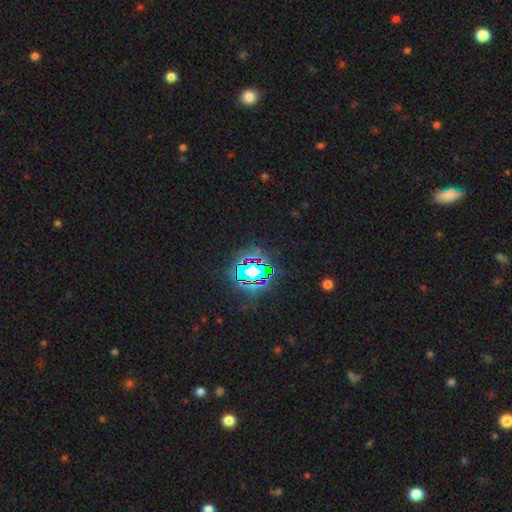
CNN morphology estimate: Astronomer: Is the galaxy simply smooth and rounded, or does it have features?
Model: star or artifact — 81%.